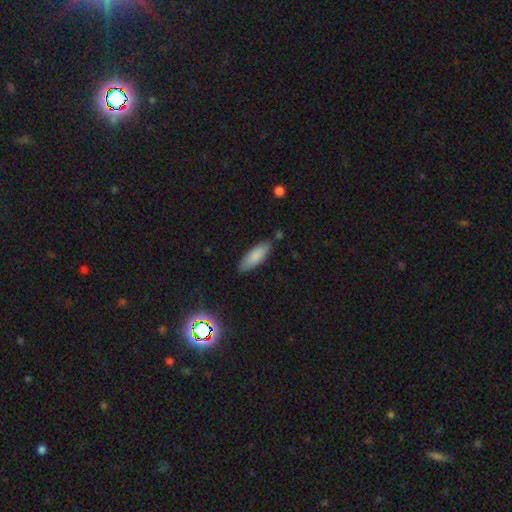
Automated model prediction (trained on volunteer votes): Smooth or featured?
  - smooth: 84% *
  - featured or disk: 10%
  - star or artifact: 6%
How rounded?
  - in between: 63% *
  - cigar-shaped: 35%
  - round: 2%
Merging?
  - none: 79% *
  - minor disturbance: 15%
  - merger: 3%
  - major disturbance: 3%